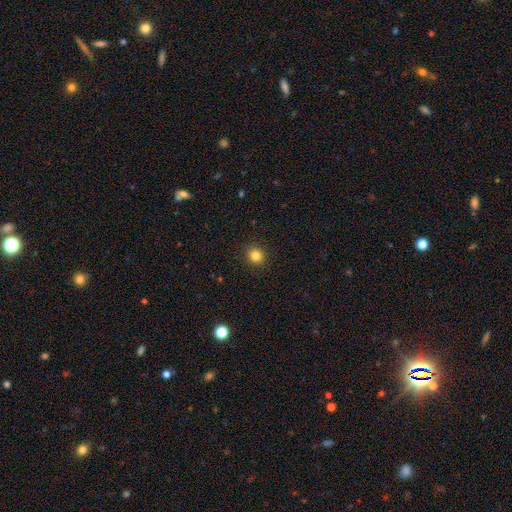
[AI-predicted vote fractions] smooth 83%, star or artifact 12%, featured or disk 5%. Down the decision tree: how rounded — round (87%); merging — none (91%).